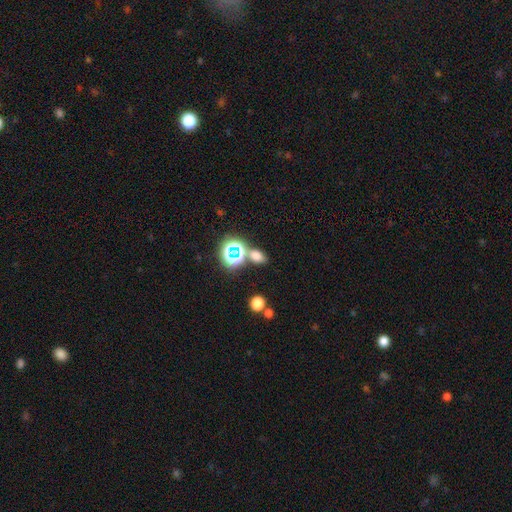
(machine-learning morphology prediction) Smooth or featured? Predicted: smooth (p=0.62). How rounded? Predicted: in between (p=0.68). Merging? Predicted: none (p=0.69).